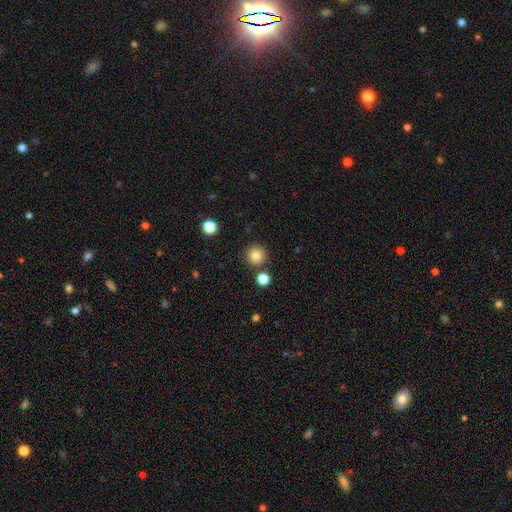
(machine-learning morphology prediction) A smooth galaxy with no disk features (82%) that is round (95%). Merging: none (87%).